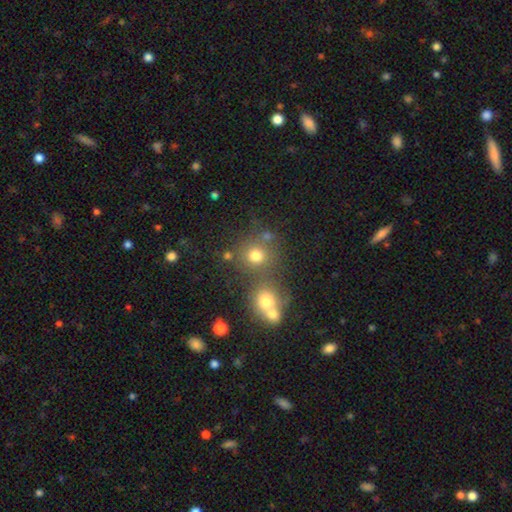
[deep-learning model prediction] smooth_or_featured: smooth (p=0.73) [alt: star or artifact p=0.17]
how_rounded: round (p=0.86) [alt: in between p=0.13]
merging: none (p=0.55) [alt: merger p=0.32]